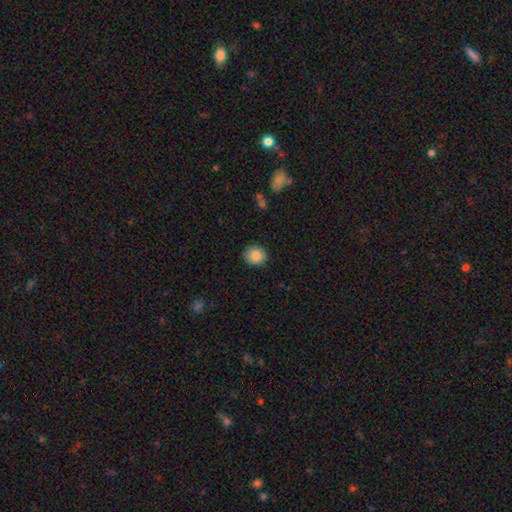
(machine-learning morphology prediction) smooth 87%, star or artifact 8%, featured or disk 5%. Down the decision tree: how rounded — round (84%); merging — none (89%).